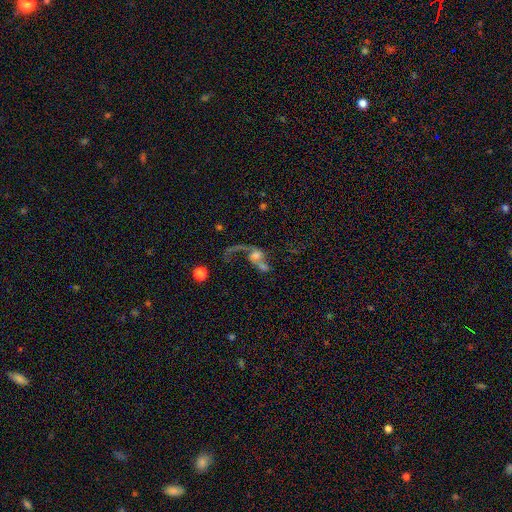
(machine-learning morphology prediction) Q: Smooth or featured?
A: featured or disk (63%); runner-up: smooth (23%)
Q: Edge-on disk?
A: no (94%); runner-up: yes (6%)
Q: Bar?
A: no (66%); runner-up: weak (26%)
Q: Spiral arms?
A: yes (73%); runner-up: no (27%)
Q: Bulge size?
A: moderate (35%); runner-up: small (23%)
Q: Merging?
A: merger (39%); runner-up: major disturbance (32%)